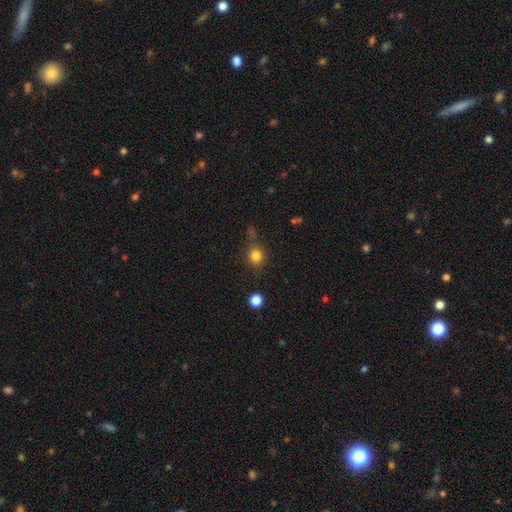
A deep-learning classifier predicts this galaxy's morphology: Overall: smooth (81%). How rounded: round (86%). Merging: none (76%).